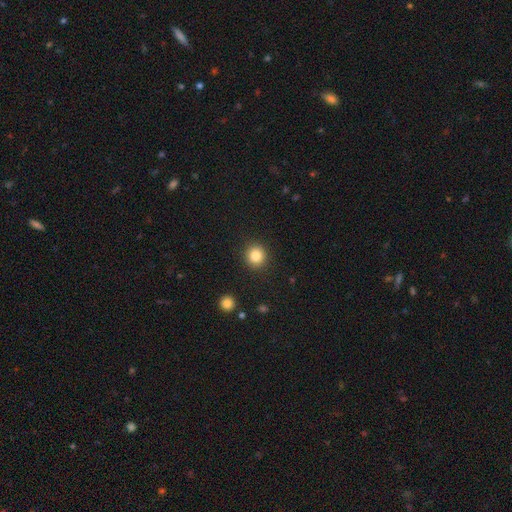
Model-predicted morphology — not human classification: A smooth galaxy with no disk features (85%) that is round (91%).

Vote fractions:
- Smooth or featured? smooth: 85% / star or artifact: 10% / featured or disk: 5%
- How rounded? round: 91% / in between: 8% / cigar-shaped: 1%
- Merging? none: 91% / minor disturbance: 6% / major disturbance: 2% / merger: 1%